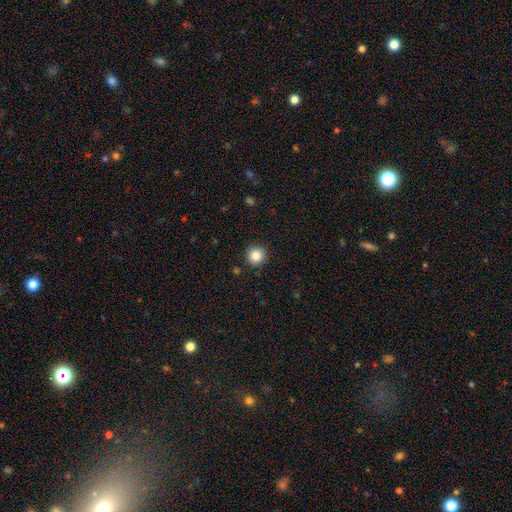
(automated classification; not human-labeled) Smooth or featured: smooth — 85% (star or artifact — 10%)
How rounded: round — 94% (in between — 5%)
Merging: none — 91% (minor disturbance — 6%)